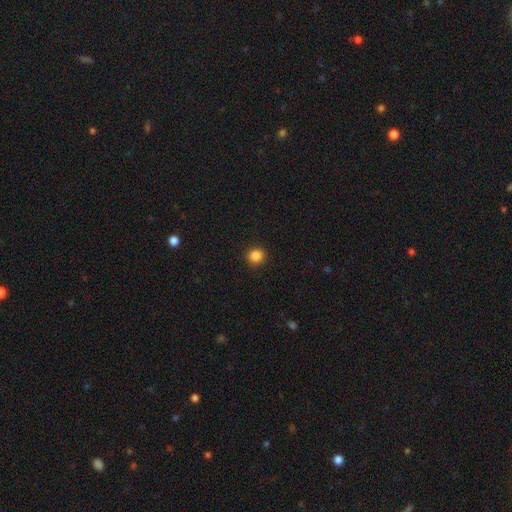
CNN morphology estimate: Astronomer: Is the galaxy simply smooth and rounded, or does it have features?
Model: smooth — 86%.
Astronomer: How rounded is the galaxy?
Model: round — 89%.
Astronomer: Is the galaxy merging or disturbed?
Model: none — 91%.